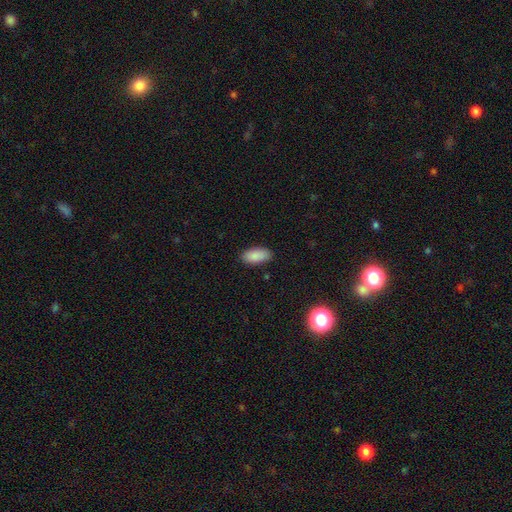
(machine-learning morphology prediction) Smooth or featured: smooth — 88% (star or artifact — 7%)
How rounded: in between — 92% (cigar-shaped — 5%)
Merging: none — 87% (minor disturbance — 10%)